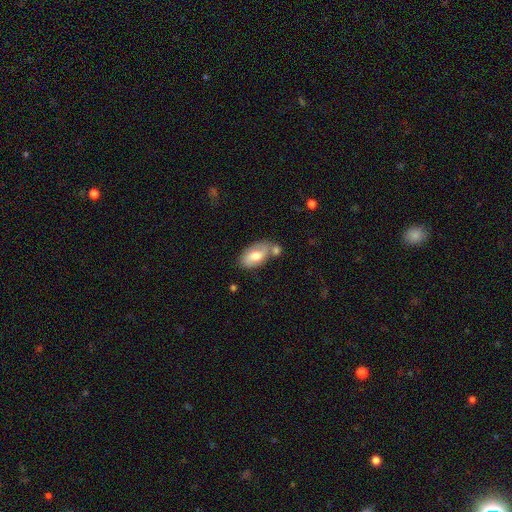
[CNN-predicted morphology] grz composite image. It shows a smooth galaxy with no disk features (59%) that is in between round and cigar-shaped (92%). Merging: none (52%).